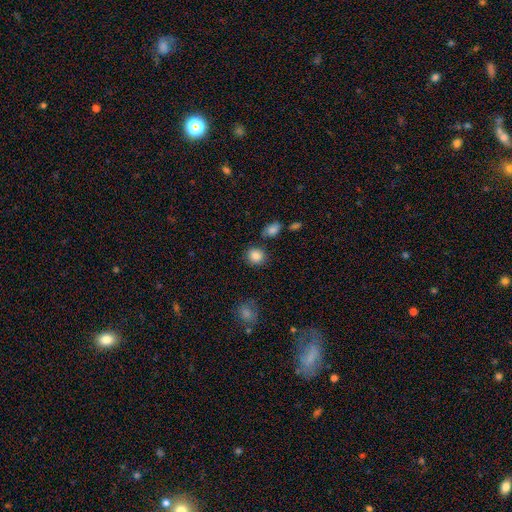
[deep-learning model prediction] smooth_or_featured: smooth (p=0.86) [alt: star or artifact p=0.09]
how_rounded: round (p=0.84) [alt: in between p=0.15]
merging: none (p=0.82) [alt: minor disturbance p=0.10]